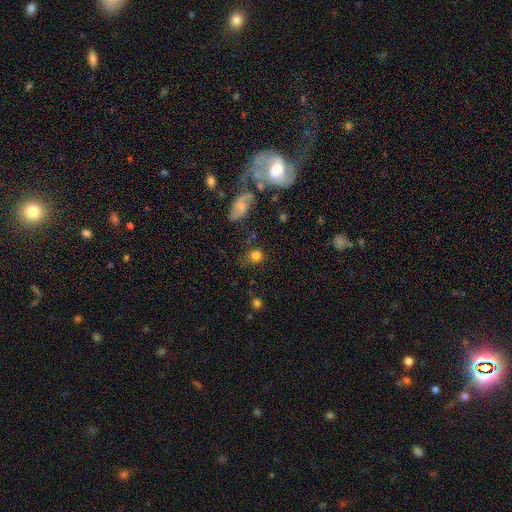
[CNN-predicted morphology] A smooth galaxy with no disk features (78%) that is round (84%). Merging: none (72%).